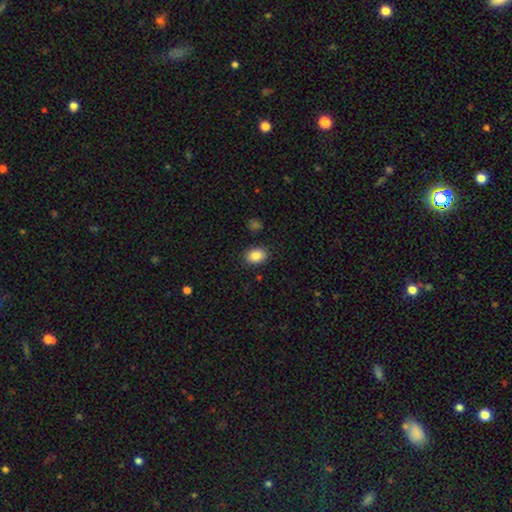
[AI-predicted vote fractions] The model was most divided on "how rounded": in between: 68%, round: 31%, cigar-shaped: 1%. More confident: merging — none (87%); smooth or featured — smooth (86%).